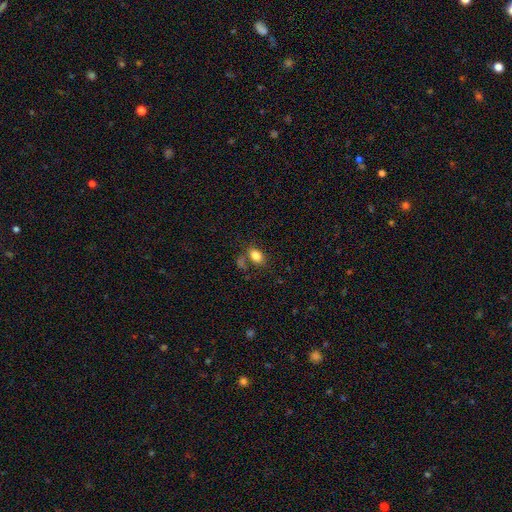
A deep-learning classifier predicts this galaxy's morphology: A smooth galaxy with no disk features (83%) that is in between round and cigar-shaped (82%).

Vote fractions:
- Smooth or featured? smooth: 83% / star or artifact: 10% / featured or disk: 8%
- How rounded? in between: 82% / round: 17% / cigar-shaped: 1%
- Merging? none: 63% / merger: 17% / minor disturbance: 15% / major disturbance: 6%